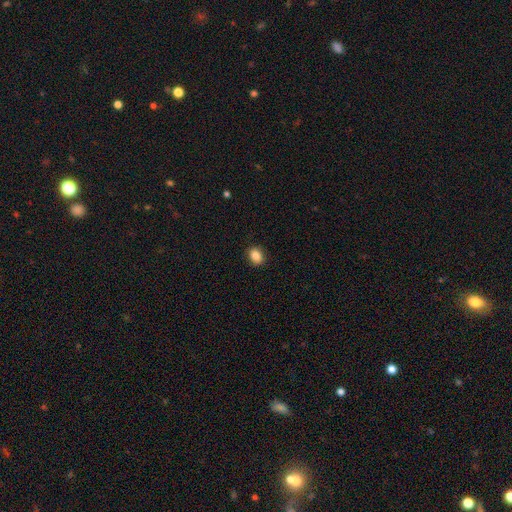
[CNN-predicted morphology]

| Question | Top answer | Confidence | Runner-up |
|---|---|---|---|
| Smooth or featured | smooth | 87% | star or artifact (9%) |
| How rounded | in between | 61% | round (38%) |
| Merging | none | 89% | minor disturbance (8%) |